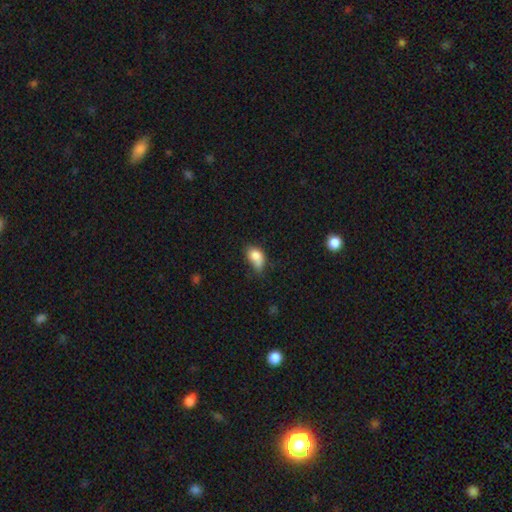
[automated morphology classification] A smooth galaxy with no disk features (81%) that is in between round and cigar-shaped (82%).

Vote fractions:
- Smooth or featured? smooth: 81% / featured or disk: 10% / star or artifact: 9%
- How rounded? in between: 82% / round: 16% / cigar-shaped: 2%
- Merging? minor disturbance: 43% / none: 34% / major disturbance: 16% / merger: 7%